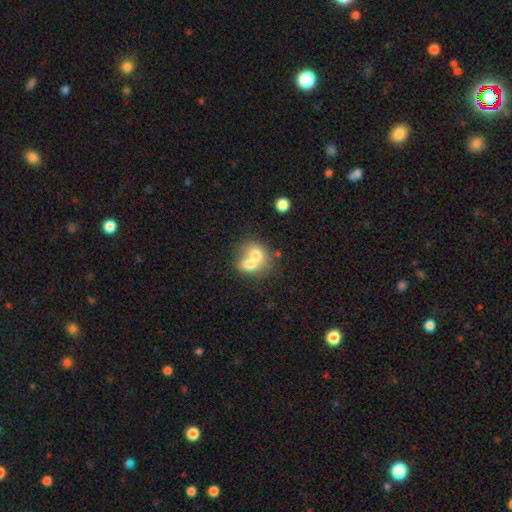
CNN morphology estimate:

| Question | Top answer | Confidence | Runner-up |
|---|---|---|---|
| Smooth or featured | smooth | 68% | featured or disk (23%) |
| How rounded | round | 53% | in between (46%) |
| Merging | merger | 72% | none (19%) |